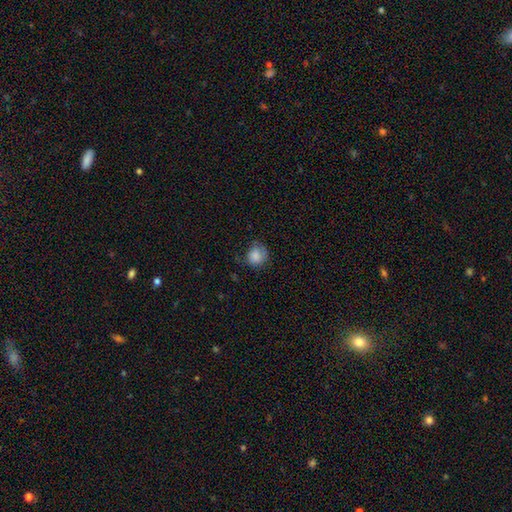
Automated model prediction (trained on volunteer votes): A smooth galaxy with no disk features (83%) that is round (78%).

Vote fractions:
- Smooth or featured? smooth: 83% / featured or disk: 9% / star or artifact: 9%
- How rounded? round: 78% / in between: 21% / cigar-shaped: 1%
- Merging? none: 63% / minor disturbance: 27% / major disturbance: 9% / merger: 1%